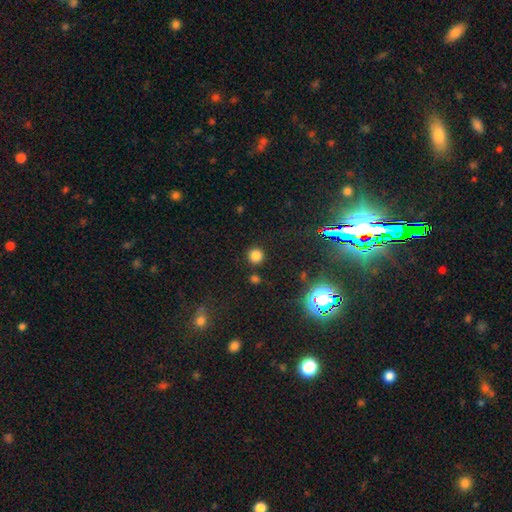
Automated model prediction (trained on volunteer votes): smooth-or-featured: smooth: 79% | star or artifact: 17% | featured or disk: 4%
  how-rounded: round: 93% | in between: 6% | cigar-shaped: 1%
  merging: none: 87% | minor disturbance: 6% | merger: 4% | major disturbance: 3%